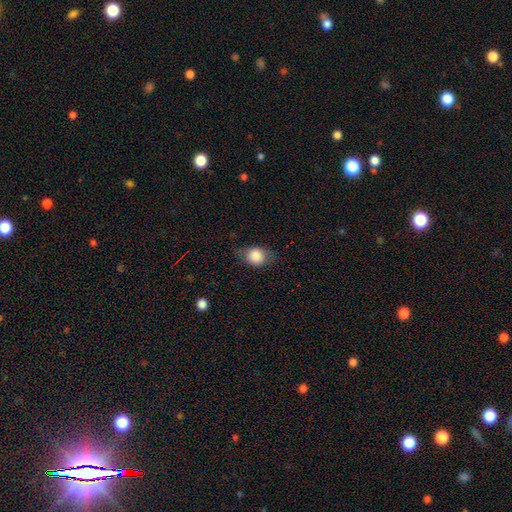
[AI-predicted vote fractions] smooth-or-featured: smooth: 80% | featured or disk: 12% | star or artifact: 8%
  how-rounded: round: 53% | in between: 46% | cigar-shaped: 1%
  merging: none: 69% | minor disturbance: 22% | major disturbance: 8% | merger: 1%